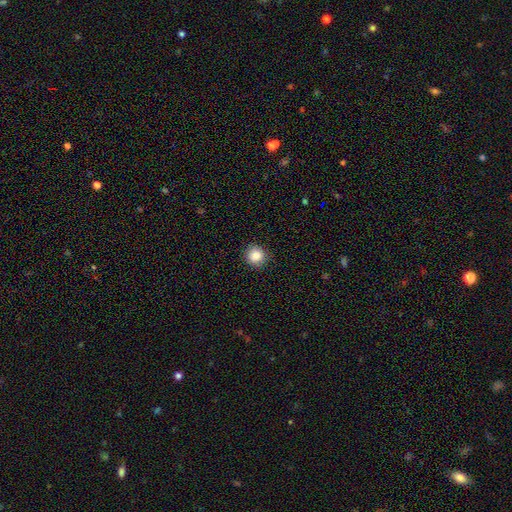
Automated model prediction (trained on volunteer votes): This appears to be a smooth galaxy with no disk features (86%) that is round (92%). Merging: none (89%).